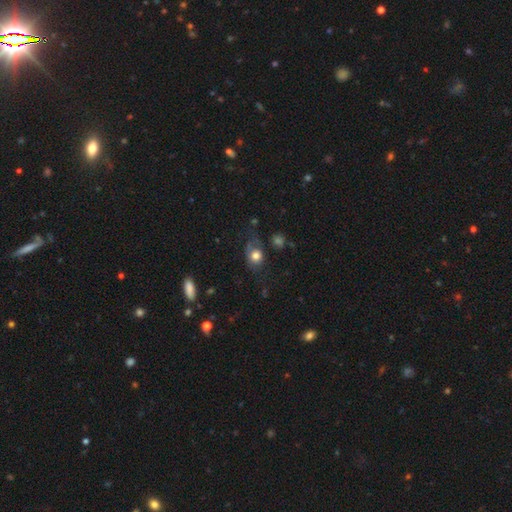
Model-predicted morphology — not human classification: Q: Smooth or featured?
A: smooth (74%); runner-up: featured or disk (16%)
Q: How rounded?
A: round (53%); runner-up: in between (45%)
Q: Merging?
A: none (48%); runner-up: minor disturbance (27%)